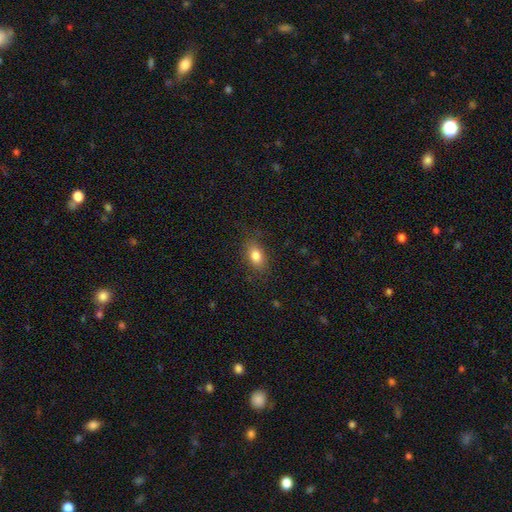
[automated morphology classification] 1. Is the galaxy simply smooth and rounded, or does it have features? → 82% smooth, 9% star or artifact, 9% featured or disk.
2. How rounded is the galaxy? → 82% in between, 15% round, 3% cigar-shaped.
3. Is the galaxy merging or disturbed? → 82% none, 13% minor disturbance, 4% major disturbance, 1% merger.